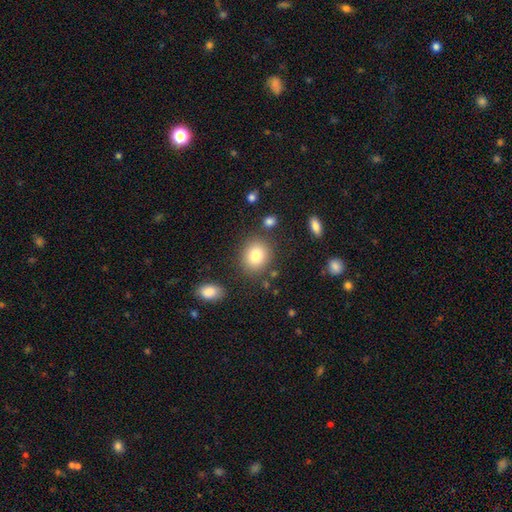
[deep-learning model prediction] This is clearly a smooth galaxy (80%). How rounded: likely round (66%). Merging: clearly none (81%).